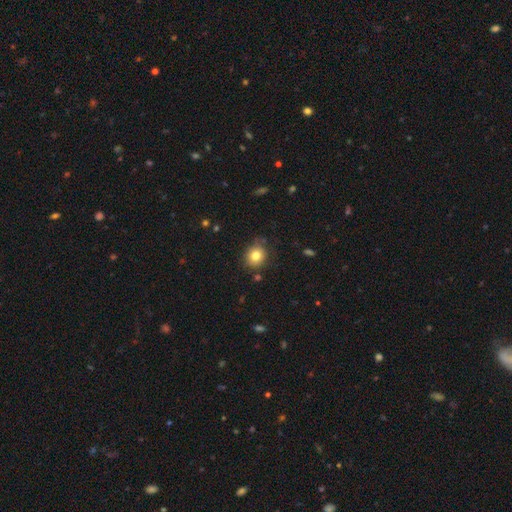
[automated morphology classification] type=smooth (80%); roundness=round (74%); merging=none (79%).